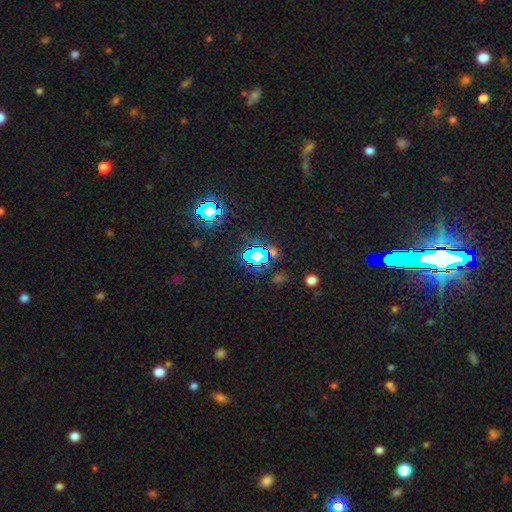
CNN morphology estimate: Smooth or featured: star or artifact — 64% (smooth — 24%)